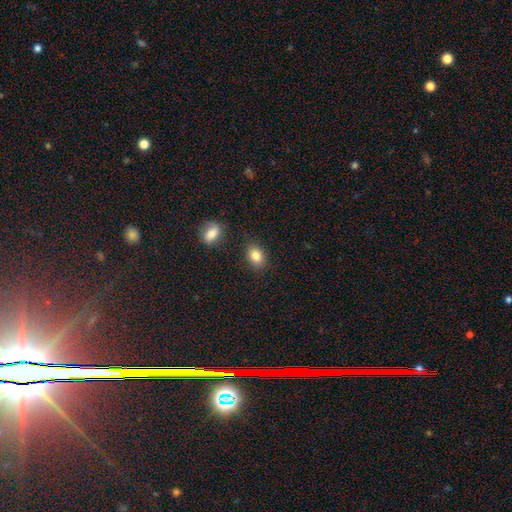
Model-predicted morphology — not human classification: This is clearly a smooth galaxy (84%). How rounded: likely in between (66%). Merging: clearly none (84%).